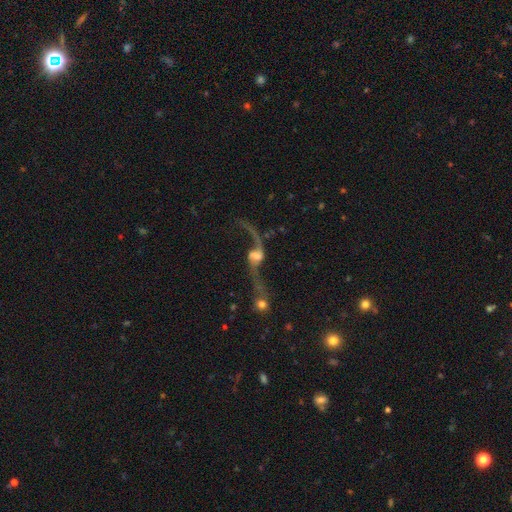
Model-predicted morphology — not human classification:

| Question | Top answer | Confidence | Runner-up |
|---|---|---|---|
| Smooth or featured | featured or disk | 85% | smooth (9%) |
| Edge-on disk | no | 92% | yes (8%) |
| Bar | weak | 42% | no (37%) |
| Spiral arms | yes | 93% | no (7%) |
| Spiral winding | loose | 95% | medium (3%) |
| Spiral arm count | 2 | 91% | 1 (5%) |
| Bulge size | moderate | 36% | small (23%) |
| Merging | none | 37% | merger (32%) |